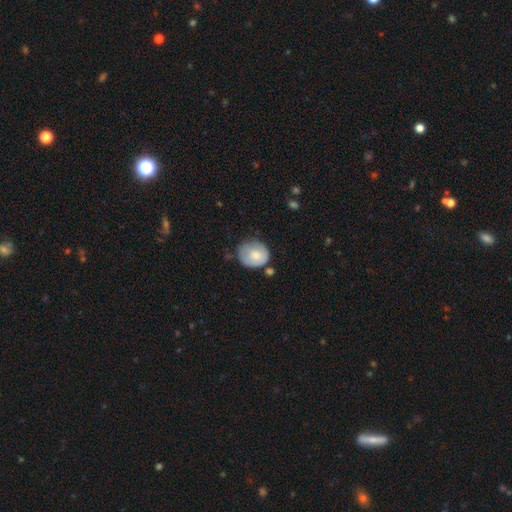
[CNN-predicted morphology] Smooth or featured? smooth (75%)
How rounded? round (70%)
Merging? none (56%)